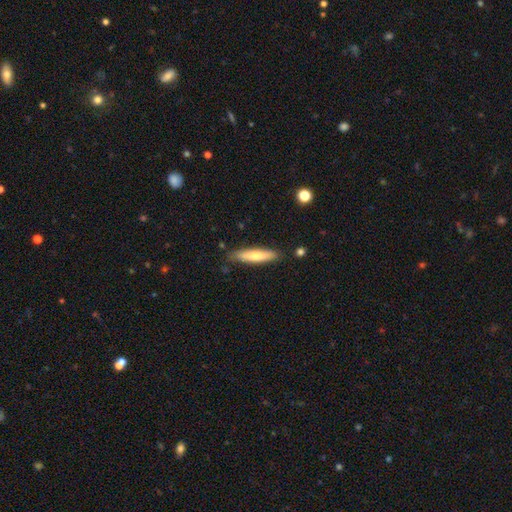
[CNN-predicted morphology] Smooth or featured?
  - smooth: 69% *
  - featured or disk: 26%
  - star or artifact: 5%
How rounded?
  - cigar-shaped: 83% *
  - in between: 16%
  - round: 1%
Merging?
  - none: 84% *
  - minor disturbance: 12%
  - major disturbance: 2%
  - merger: 2%